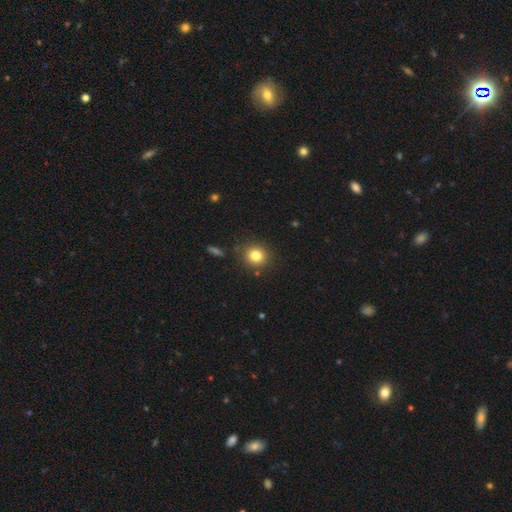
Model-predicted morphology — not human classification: A smooth galaxy with no disk features (81%) that is round (85%). Merging: none (87%).